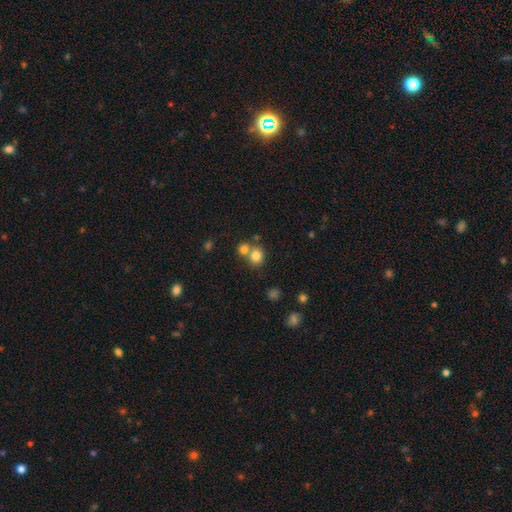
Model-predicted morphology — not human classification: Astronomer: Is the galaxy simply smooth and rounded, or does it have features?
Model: smooth — 79%.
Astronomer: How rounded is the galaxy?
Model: round — 79%.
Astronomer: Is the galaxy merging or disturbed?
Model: none — 49% (runner-up: merger, 41%).